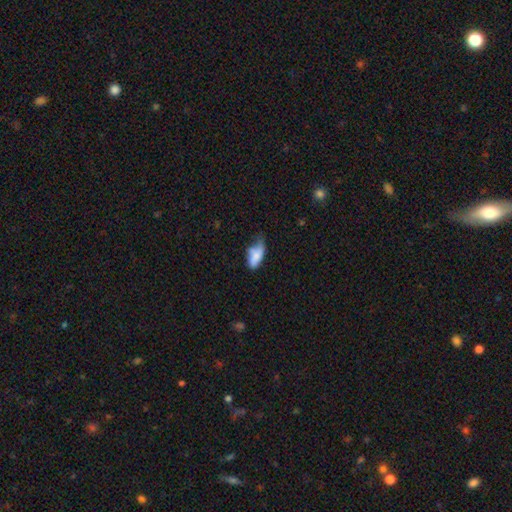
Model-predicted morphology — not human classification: smooth 76%, featured or disk 16%, star or artifact 8%. Down the decision tree: how rounded — in between (87%); merging — minor disturbance (41%).